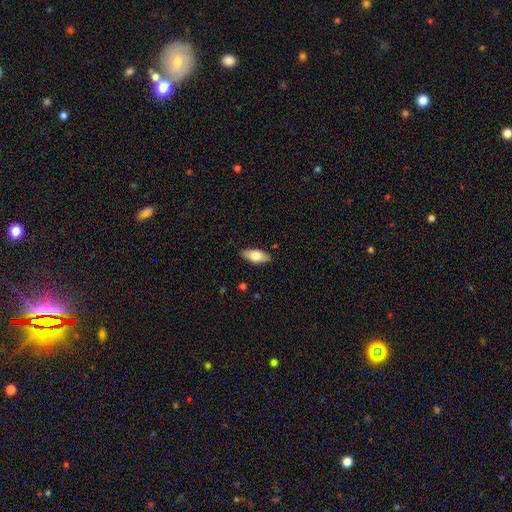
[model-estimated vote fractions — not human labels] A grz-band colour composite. It shows a smooth galaxy with no disk features (68%) that is in between round and cigar-shaped (84%). Merging: none (86%).